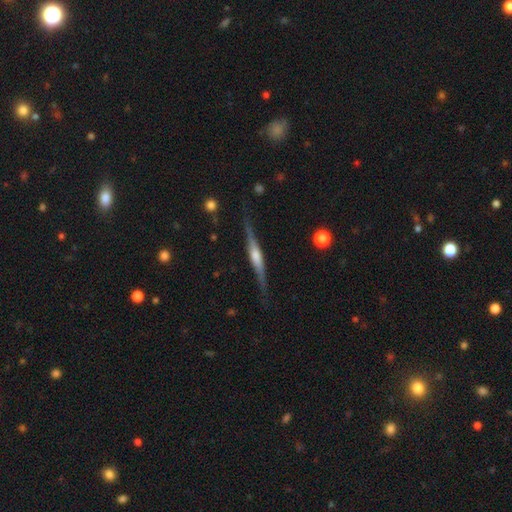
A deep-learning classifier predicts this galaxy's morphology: Smooth or featured? Predicted: featured or disk (p=0.78). Edge-on disk? Predicted: yes (p=0.97). Edge-on bulge? Predicted: rounded (p=0.71). Merging? Predicted: none (p=0.83).